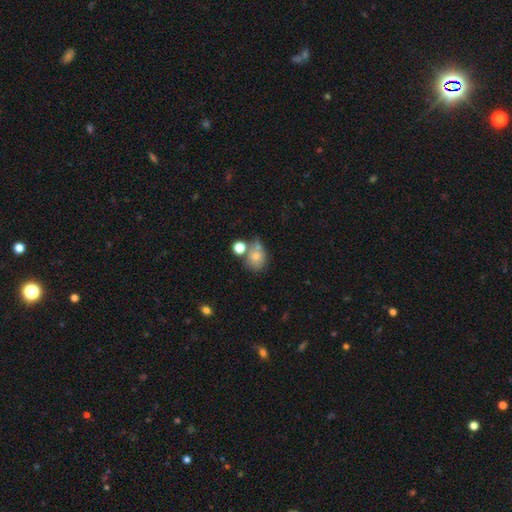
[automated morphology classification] smooth 74%, featured or disk 15%, star or artifact 11%. Down the decision tree: how rounded — round (62%); merging — none (43%).